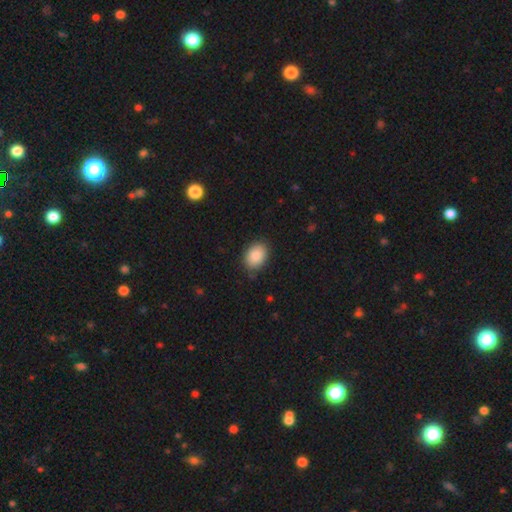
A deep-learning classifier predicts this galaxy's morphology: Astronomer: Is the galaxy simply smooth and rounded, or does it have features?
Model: smooth — 88%.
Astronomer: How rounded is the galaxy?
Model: in between — 74%.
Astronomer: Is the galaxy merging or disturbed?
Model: none — 83%.